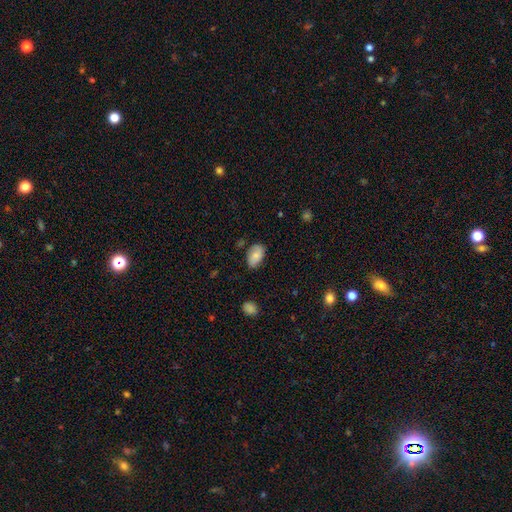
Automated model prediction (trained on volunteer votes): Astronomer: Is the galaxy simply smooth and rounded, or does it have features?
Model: smooth — 79%.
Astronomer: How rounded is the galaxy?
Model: in between — 92%.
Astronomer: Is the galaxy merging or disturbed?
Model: none — 74%.